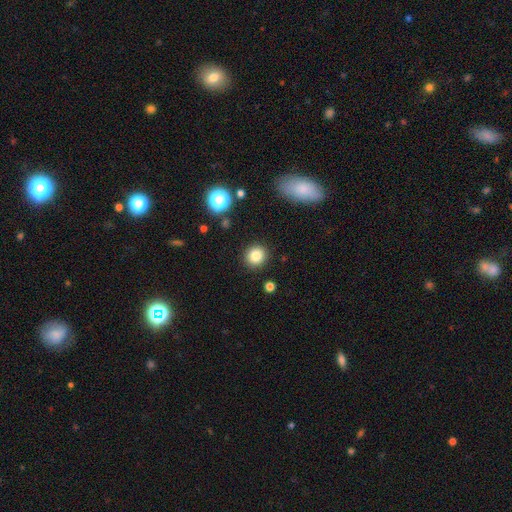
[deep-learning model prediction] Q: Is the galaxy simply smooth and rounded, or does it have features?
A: smooth — 82%.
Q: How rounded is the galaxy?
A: round — 90%.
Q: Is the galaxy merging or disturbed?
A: none — 91%.